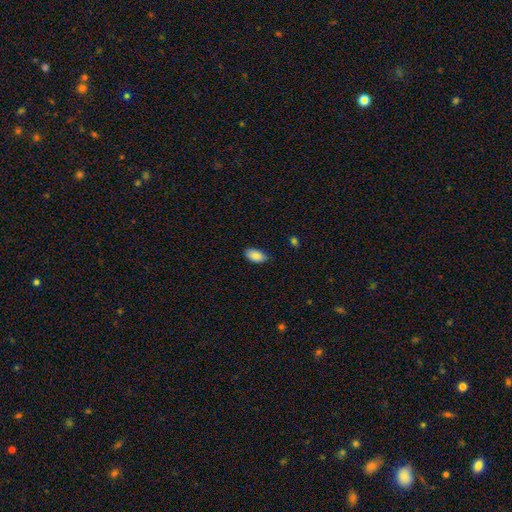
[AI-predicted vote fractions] This appears to be a smooth galaxy with no disk features (86%) that is in between round and cigar-shaped (94%). Merging: none (77%).